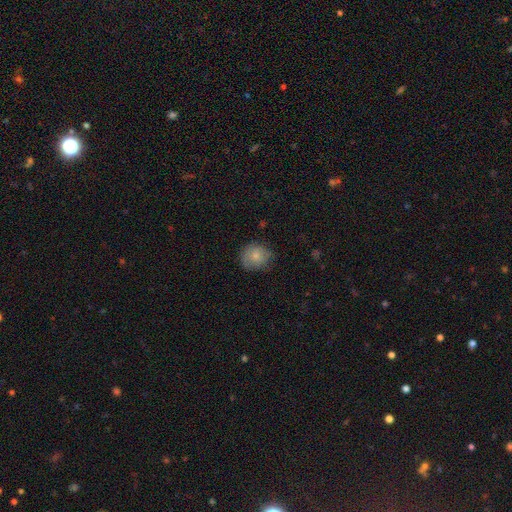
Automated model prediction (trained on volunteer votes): A smooth galaxy with no disk features (78%) that is round (81%). Merging: none (70%).